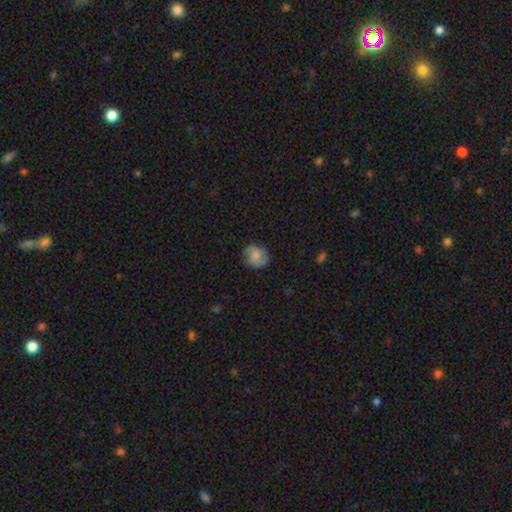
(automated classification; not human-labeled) Smooth or featured: smooth — 59% (featured or disk — 32%)
How rounded: round — 71% (in between — 28%)
Merging: none — 76% (minor disturbance — 18%)